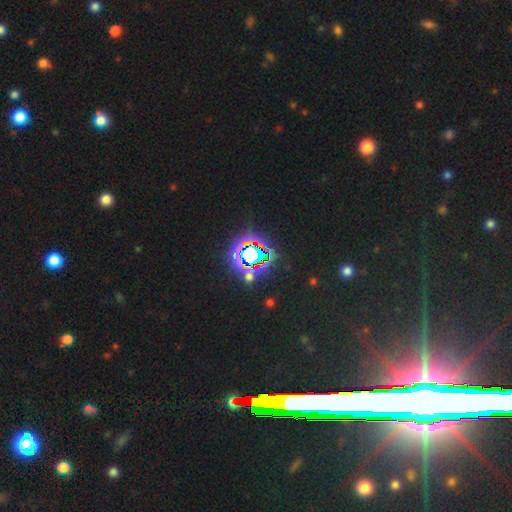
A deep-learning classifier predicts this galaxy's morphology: Smooth or featured: star or artifact — 78% (smooth — 12%)